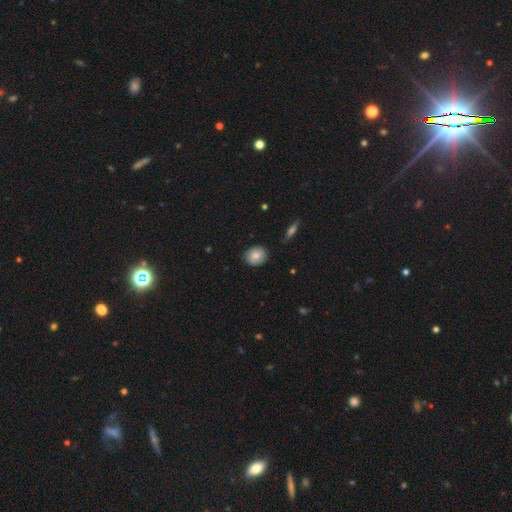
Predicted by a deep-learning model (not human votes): The model was most divided on "how rounded": round: 73%, in between: 26%, cigar-shaped: 1%. More confident: merging — none (85%); smooth or featured — smooth (78%).